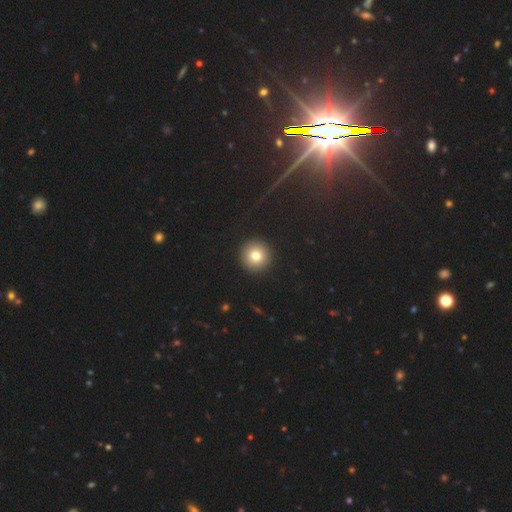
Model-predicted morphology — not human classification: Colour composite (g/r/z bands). It shows a smooth galaxy with no disk features (78%) that is round (96%). Merging: none (93%).